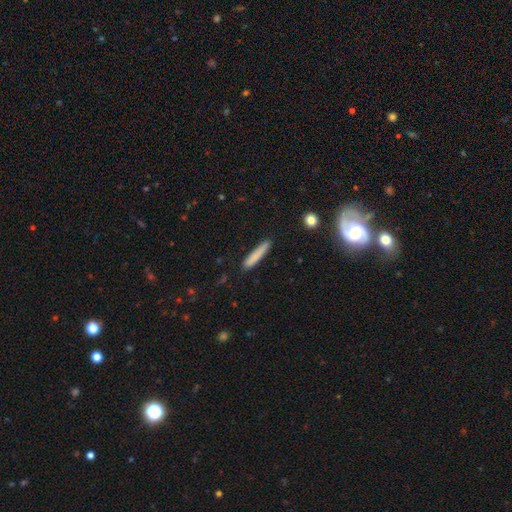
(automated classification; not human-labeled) smooth-or-featured: smooth: 82% | featured or disk: 11% | star or artifact: 6%
  how-rounded: cigar-shaped: 93% | in between: 6% | round: 1%
  merging: none: 89% | minor disturbance: 9% | major disturbance: 2% | merger: 1%